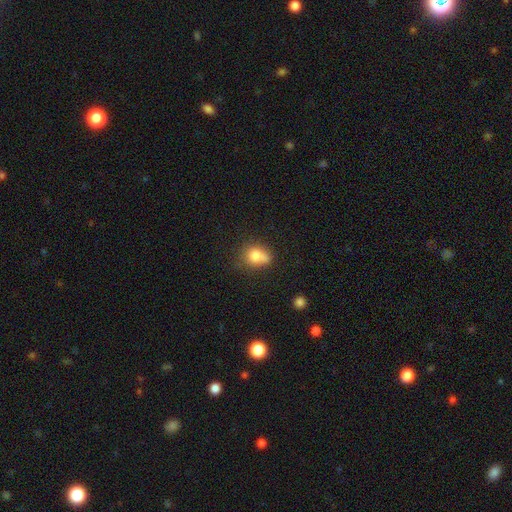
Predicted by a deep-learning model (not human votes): smooth-or-featured: smooth: 77% | featured or disk: 13% | star or artifact: 11%
  how-rounded: round: 50% | in between: 49% | cigar-shaped: 2%
  merging: none: 43% | minor disturbance: 28% | merger: 18% | major disturbance: 12%